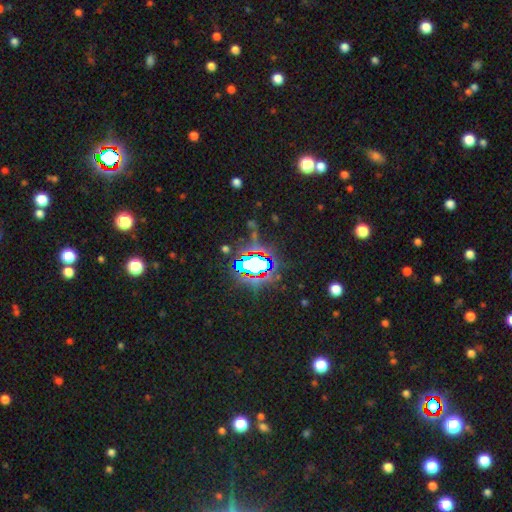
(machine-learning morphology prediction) A star or artifact, not a galaxy (71%).